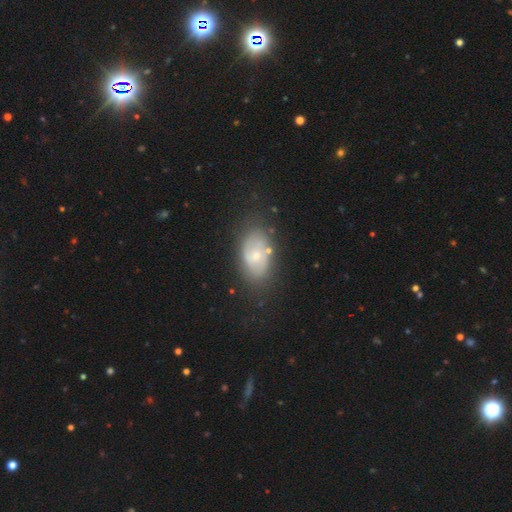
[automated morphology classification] smooth-or-featured: featured or disk: 50% | smooth: 42% | star or artifact: 8%
  disk-edge-on: no: 93% | yes: 7%
  merging: none: 70% | minor disturbance: 19% | major disturbance: 7% | merger: 5%